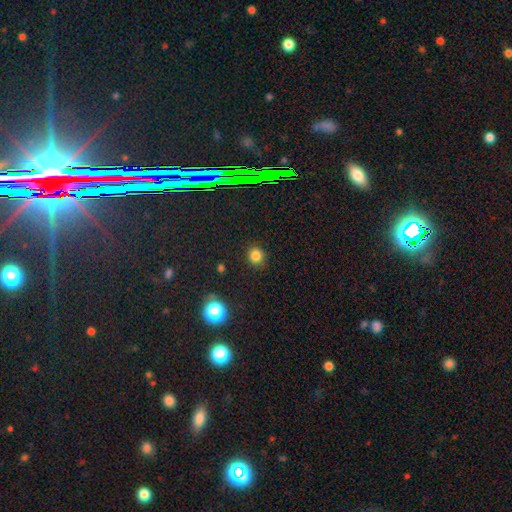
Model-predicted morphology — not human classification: smooth_or_featured: smooth (p=0.81) [alt: star or artifact p=0.15]
how_rounded: round (p=0.84) [alt: in between p=0.15]
merging: none (p=0.89) [alt: minor disturbance p=0.08]